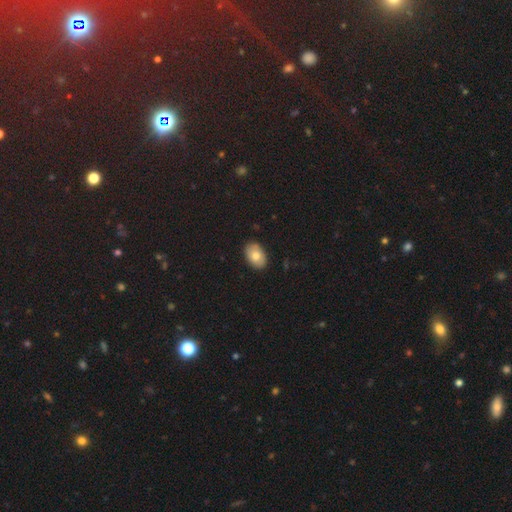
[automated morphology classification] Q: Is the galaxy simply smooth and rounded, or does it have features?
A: smooth — 77%.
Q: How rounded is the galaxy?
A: in between — 85%.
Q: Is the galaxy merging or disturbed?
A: none — 88%.